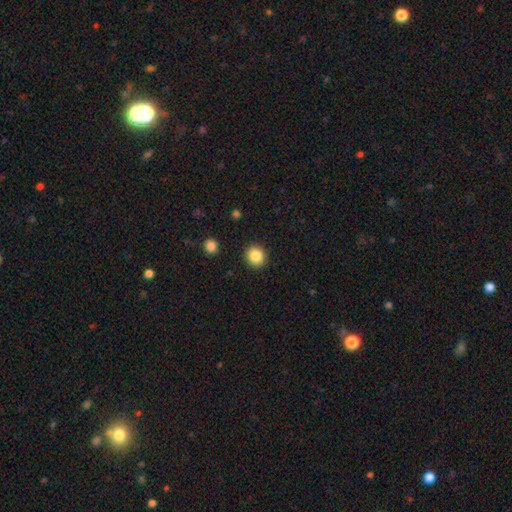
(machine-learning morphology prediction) Smooth or featured? smooth (86%)
How rounded? round (82%)
Merging? none (91%)